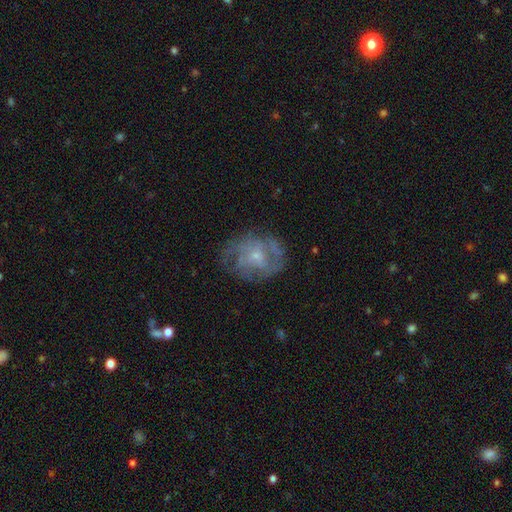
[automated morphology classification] This is likely a featured or disk galaxy (68%). It is clearly not viewed edge-on (97%). Bar: likely no (69%). Spiral arm pattern: likely yes (72%). Central bulge: likely small (68%). Merging: likely none (63%).